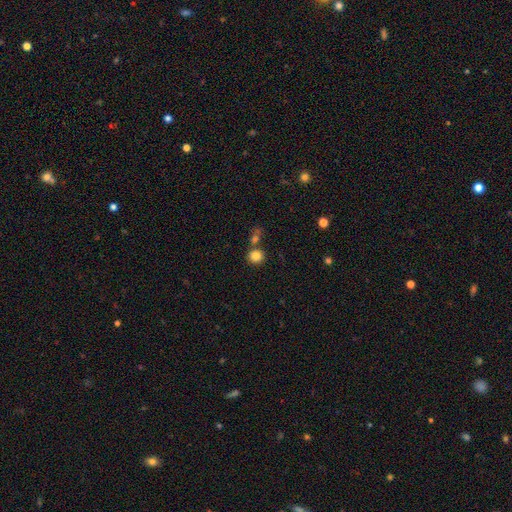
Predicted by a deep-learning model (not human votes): Smooth or featured?
  - smooth: 83% *
  - star or artifact: 11%
  - featured or disk: 6%
How rounded?
  - round: 87% *
  - in between: 12%
  - cigar-shaped: 1%
Merging?
  - none: 70% *
  - merger: 18%
  - minor disturbance: 9%
  - major disturbance: 4%